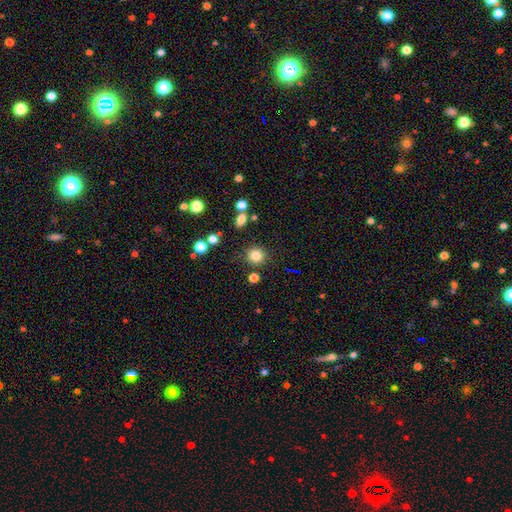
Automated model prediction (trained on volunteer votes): Smooth or featured? Predicted: smooth (p=0.82). How rounded? Predicted: round (p=0.91). Merging? Predicted: none (p=0.84).